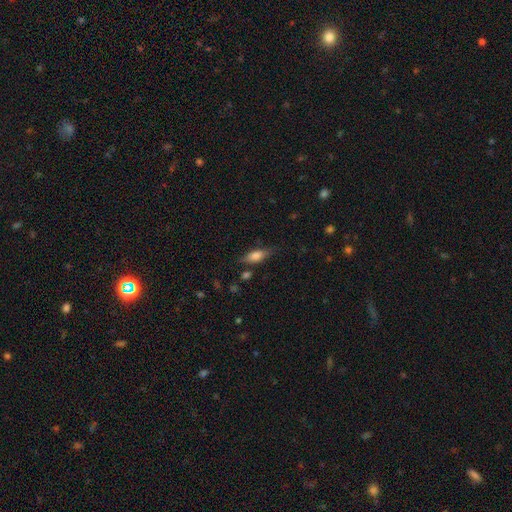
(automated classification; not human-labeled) Smooth or featured? smooth (64%)
How rounded? in between (67%)
Merging? none (72%)